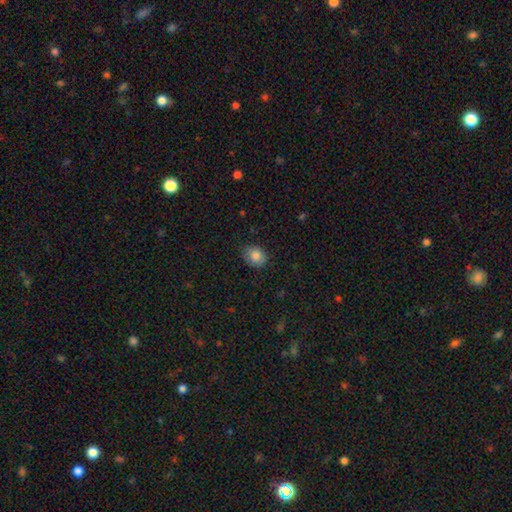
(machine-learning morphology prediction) Smooth or featured? Predicted: smooth (p=0.84). How rounded? Predicted: round (p=0.58). Merging? Predicted: none (p=0.83).